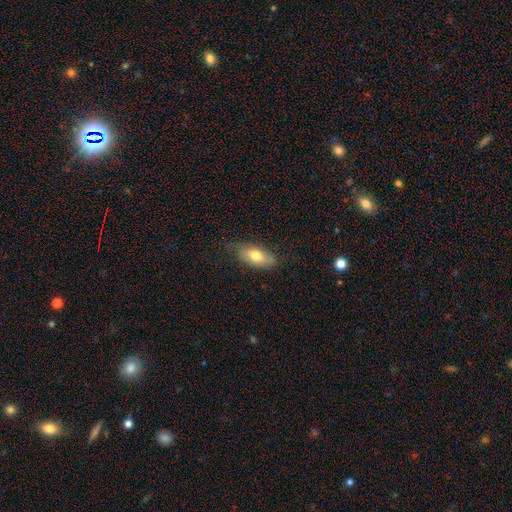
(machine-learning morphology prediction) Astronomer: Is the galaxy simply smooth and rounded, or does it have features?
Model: smooth — 70%.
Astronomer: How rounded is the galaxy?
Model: in between — 87%.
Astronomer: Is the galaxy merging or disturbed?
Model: none — 72%.